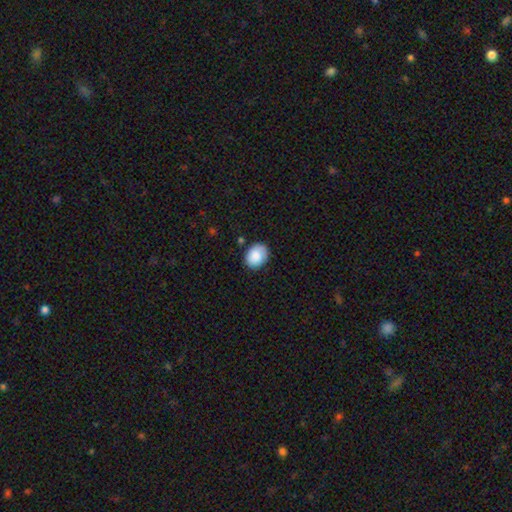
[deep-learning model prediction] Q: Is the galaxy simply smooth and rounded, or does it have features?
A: smooth — 88%.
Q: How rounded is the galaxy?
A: in between — 61%.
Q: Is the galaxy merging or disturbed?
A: none — 82%.